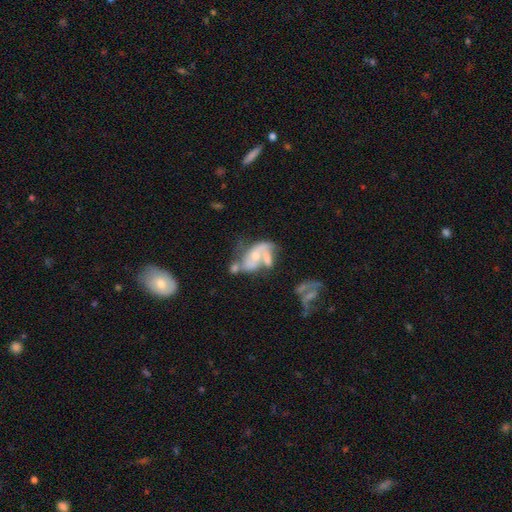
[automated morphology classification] A featured or disk galaxy (66%) with no bar (65%), spiral arms (69%) and a moderate central bulge (50%).

Vote fractions:
- Smooth or featured? featured or disk: 66% / smooth: 26% / star or artifact: 8%
- Edge-on disk? no: 95% / yes: 5%
- Bar? no: 65% / weak: 26% / strong: 10%
- Spiral arms? yes: 69% / no: 31%
- Bulge size? moderate: 50% / small: 41% / none: 5% / large: 3% / dominant: 1%
- Merging? merger: 46% / none: 20% / major disturbance: 19% / minor disturbance: 15%